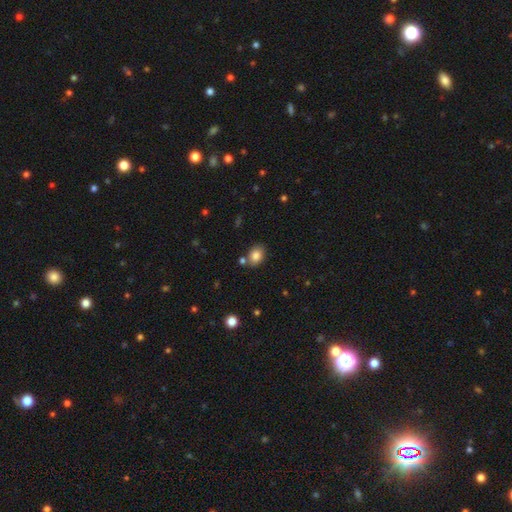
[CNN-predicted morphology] smooth_or_featured: smooth (p=0.84) [alt: star or artifact p=0.09]
how_rounded: in between (p=0.70) [alt: round p=0.29]
merging: none (p=0.75) [alt: minor disturbance p=0.13]